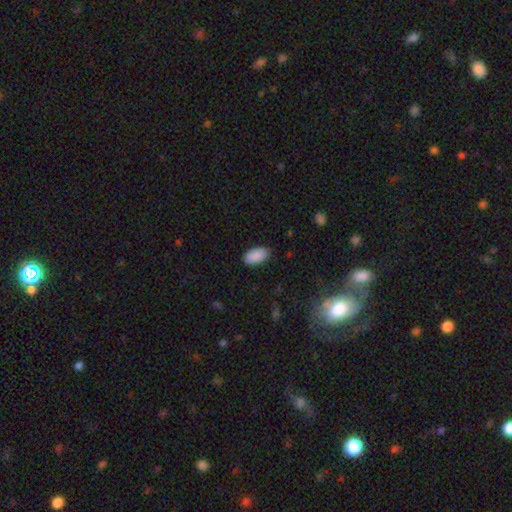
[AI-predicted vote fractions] Smooth or featured: smooth — 90% (star or artifact — 6%)
How rounded: in between — 95% (round — 2%)
Merging: none — 87% (minor disturbance — 10%)